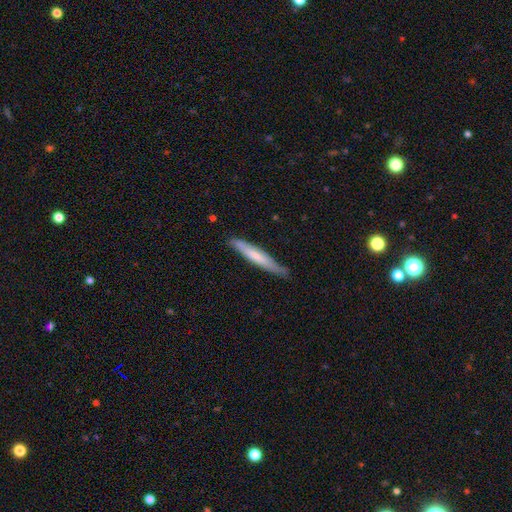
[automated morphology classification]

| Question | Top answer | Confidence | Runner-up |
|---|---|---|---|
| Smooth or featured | smooth | 57% | featured or disk (38%) |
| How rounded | cigar-shaped | 94% | in between (5%) |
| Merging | none | 79% | minor disturbance (17%) |